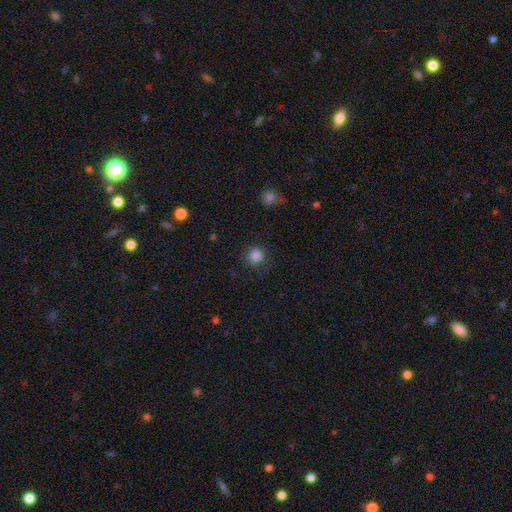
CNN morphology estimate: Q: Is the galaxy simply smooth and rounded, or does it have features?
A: smooth — 85%.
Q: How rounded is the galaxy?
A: round — 92%.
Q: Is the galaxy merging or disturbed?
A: none — 82%.